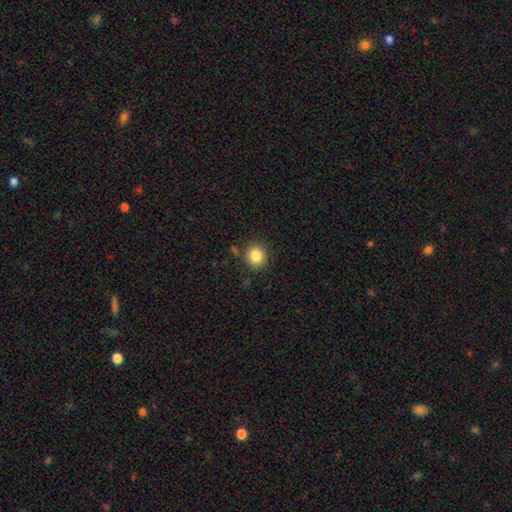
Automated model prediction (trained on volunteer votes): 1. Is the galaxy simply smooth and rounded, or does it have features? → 84% smooth, 10% star or artifact, 5% featured or disk.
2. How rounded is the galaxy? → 87% round, 12% in between, 1% cigar-shaped.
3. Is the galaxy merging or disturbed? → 85% none, 9% minor disturbance, 4% merger, 3% major disturbance.